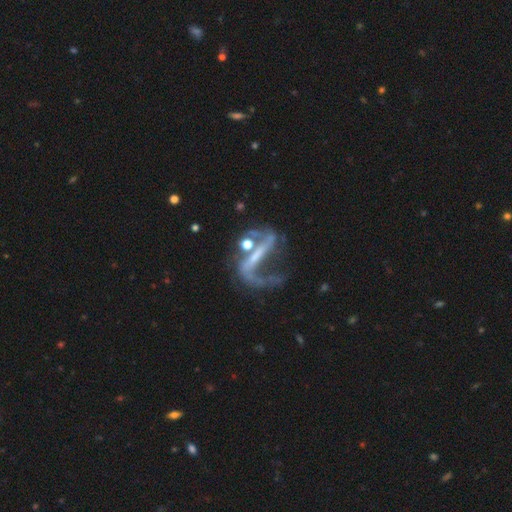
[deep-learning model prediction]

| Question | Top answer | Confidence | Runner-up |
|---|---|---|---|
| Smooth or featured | featured or disk | 79% | smooth (11%) |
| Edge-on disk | no | 91% | yes (9%) |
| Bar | strong | 54% | weak (27%) |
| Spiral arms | yes | 79% | no (21%) |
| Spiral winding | loose | 74% | medium (20%) |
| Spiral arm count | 2 | 62% | 1 (28%) |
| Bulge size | small | 38% | none (34%) |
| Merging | major disturbance | 37% | none (31%) |